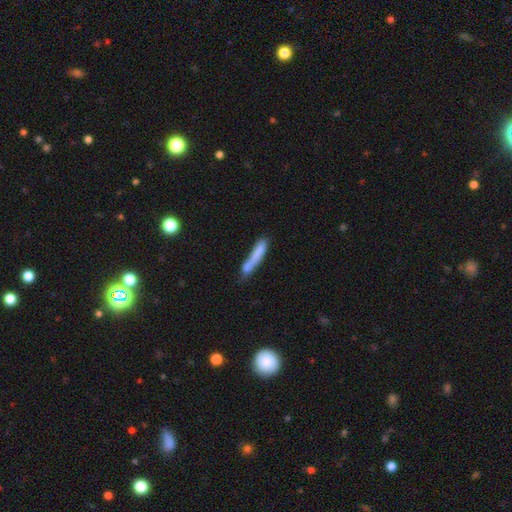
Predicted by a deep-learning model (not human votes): Morphology: type=smooth (69%); roundness=cigar-shaped (93%); merging=none (56%).